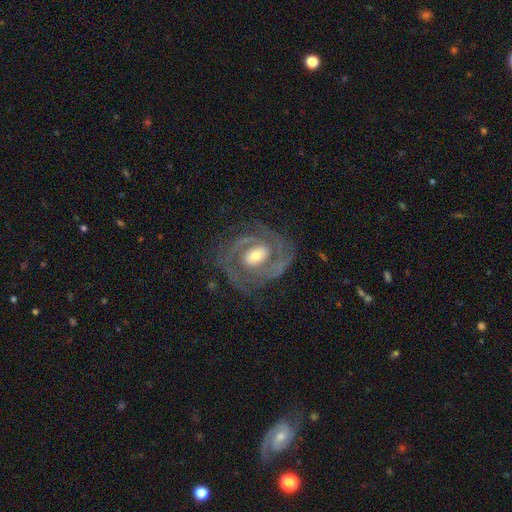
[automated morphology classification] Q: Smooth or featured?
A: featured or disk (88%); runner-up: smooth (7%)
Q: Edge-on disk?
A: no (97%); runner-up: yes (3%)
Q: Bar?
A: no (48%); runner-up: weak (34%)
Q: Spiral arms?
A: yes (93%); runner-up: no (7%)
Q: Spiral winding?
A: tight (56%); runner-up: medium (36%)
Q: Spiral arm count?
A: 2 (59%); runner-up: can't tell (14%)
Q: Bulge size?
A: moderate (60%); runner-up: small (29%)
Q: Merging?
A: none (73%); runner-up: minor disturbance (16%)